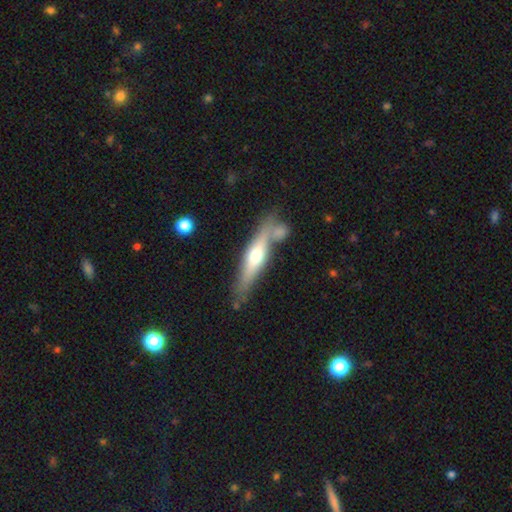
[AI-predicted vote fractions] Smooth or featured: featured or disk — 56% (smooth — 39%)
Edge-on disk: yes — 91% (no — 9%)
Edge-on bulge: rounded — 88% (boxy — 6%)
Merging: none — 64% (merger — 17%)